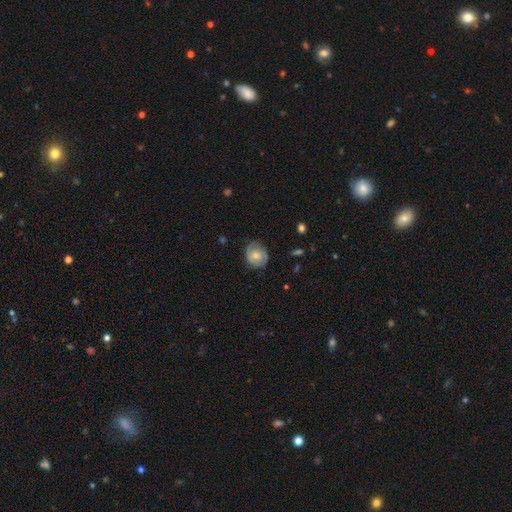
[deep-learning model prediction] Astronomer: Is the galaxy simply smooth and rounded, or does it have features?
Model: smooth — 46%, tied with featured or disk at 46%.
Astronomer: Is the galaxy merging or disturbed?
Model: none — 71%.